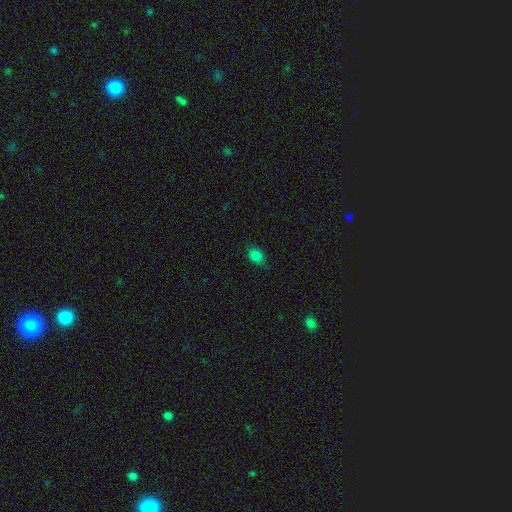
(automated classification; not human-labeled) A smooth galaxy with no disk features (82%) that is in between round and cigar-shaped (70%). Merging: none (81%).